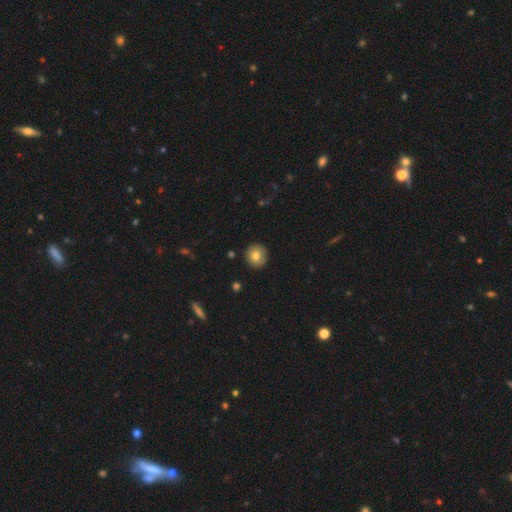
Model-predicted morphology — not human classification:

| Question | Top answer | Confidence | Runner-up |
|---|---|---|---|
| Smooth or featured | smooth | 78% | featured or disk (13%) |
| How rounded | round | 94% | in between (5%) |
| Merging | none | 91% | minor disturbance (6%) |